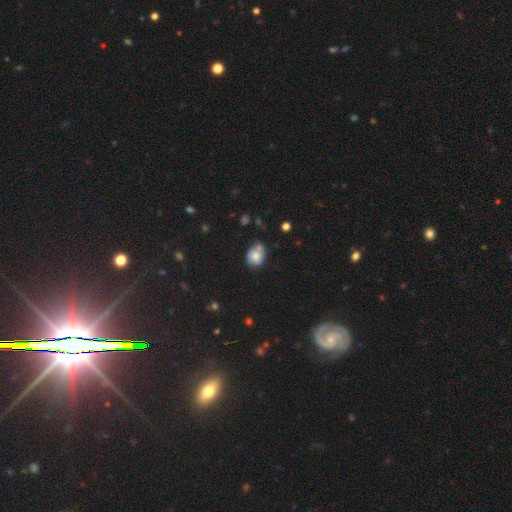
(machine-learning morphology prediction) Smooth or featured? Predicted: smooth (p=0.77). How rounded? Predicted: round (p=0.56). Merging? Predicted: none (p=0.48).